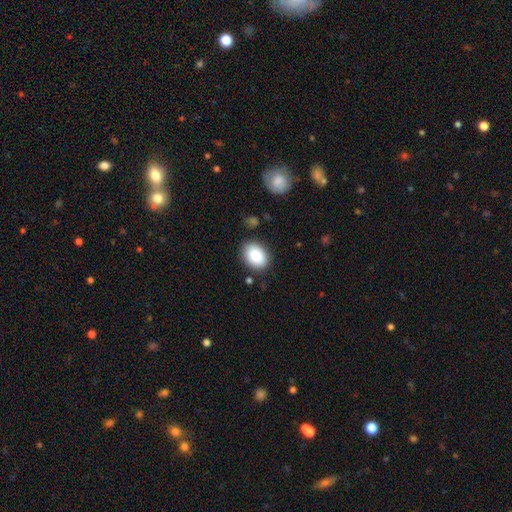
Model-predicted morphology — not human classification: Overall: smooth (87%). How rounded: in between (79%). Merging: none (85%).